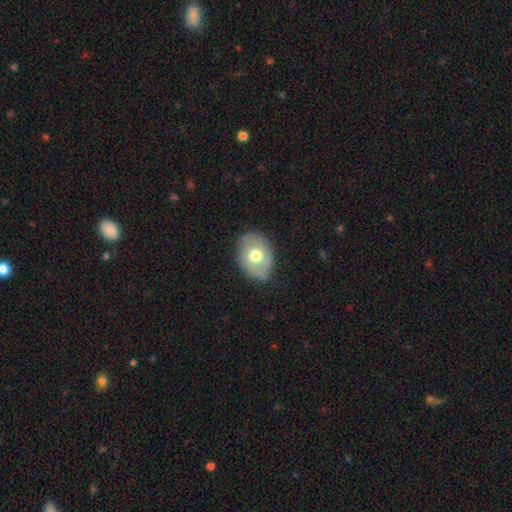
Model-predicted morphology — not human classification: Q: Smooth or featured?
A: smooth (65%); runner-up: featured or disk (28%)
Q: How rounded?
A: in between (70%); runner-up: round (29%)
Q: Merging?
A: none (70%); runner-up: minor disturbance (23%)